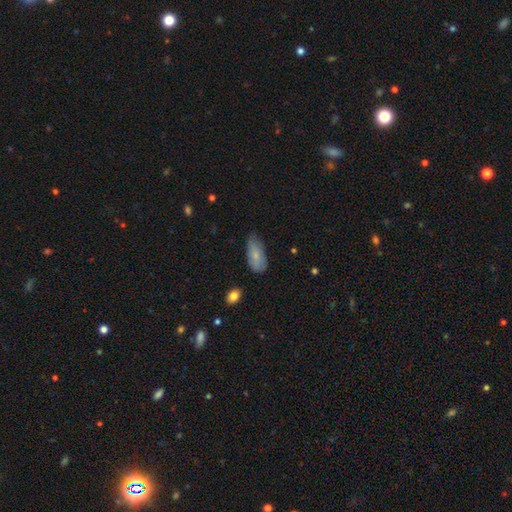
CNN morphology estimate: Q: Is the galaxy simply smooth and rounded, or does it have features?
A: smooth — 76%.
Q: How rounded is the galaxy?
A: in between — 89%.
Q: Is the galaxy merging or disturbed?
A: none — 60%.